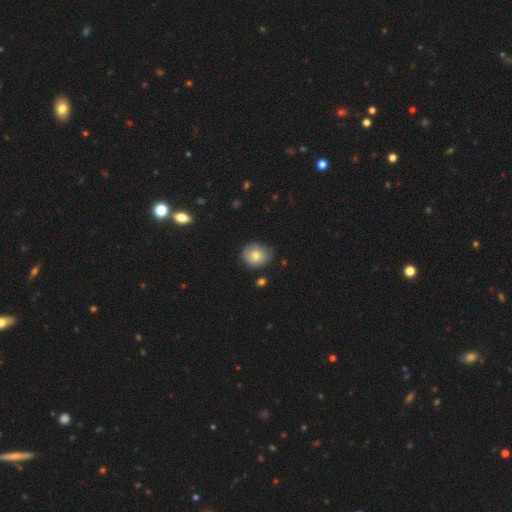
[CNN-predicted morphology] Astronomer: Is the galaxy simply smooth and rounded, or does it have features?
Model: smooth — 75%.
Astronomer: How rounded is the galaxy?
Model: round — 73%.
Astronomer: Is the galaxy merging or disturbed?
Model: none — 79%.